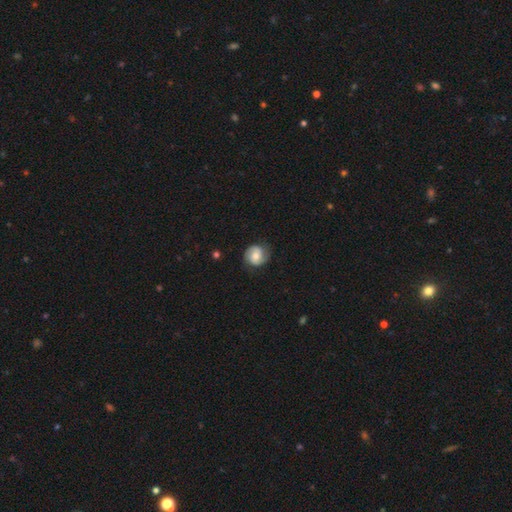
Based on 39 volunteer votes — featured or disk 56%, smooth 41%, star or artifact 3%. Down the decision tree: edge-on disk — no (100%); bar — no (50%); spiral arms — yes (82%); spiral arm count — 2 (94%); spiral winding — medium (50%); bulge size — moderate (73%); merging — none (74%).